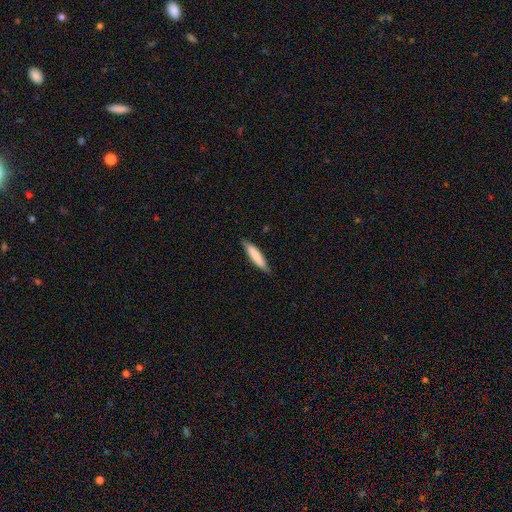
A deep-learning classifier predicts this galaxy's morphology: The model was most divided on "smooth or featured": smooth: 75%, featured or disk: 20%, star or artifact: 5%. More confident: merging — none (83%); how rounded — cigar-shaped (83%).